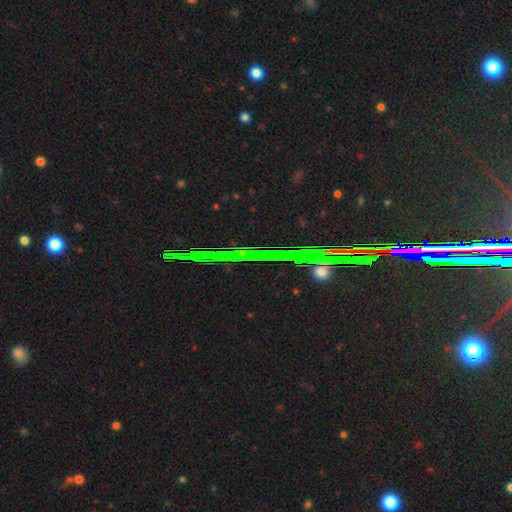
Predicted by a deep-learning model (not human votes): smooth-or-featured: star or artifact: 85% | featured or disk: 8% | smooth: 8%